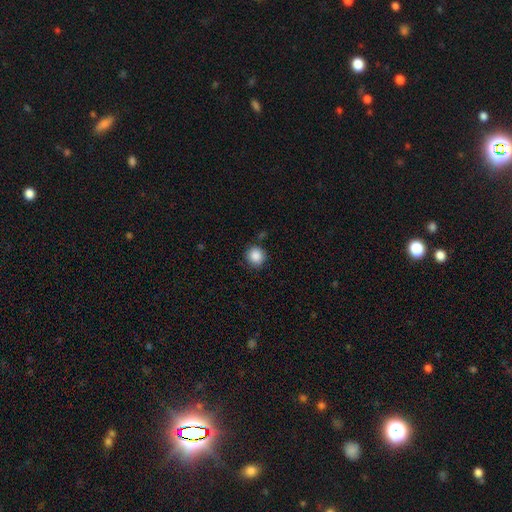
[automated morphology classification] Overall: smooth (87%). How rounded: round (90%). Merging: none (84%).